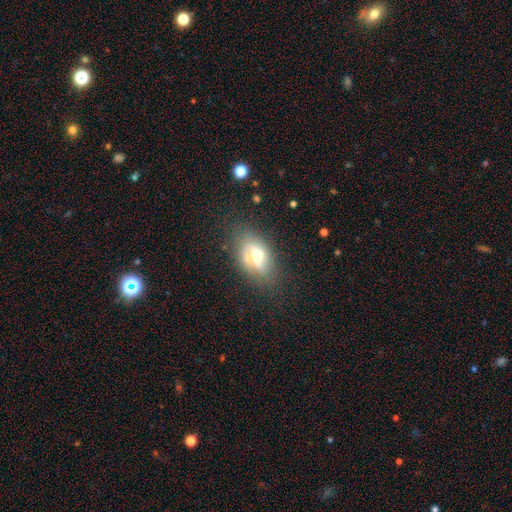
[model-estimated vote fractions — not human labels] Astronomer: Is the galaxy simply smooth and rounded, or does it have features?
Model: smooth — 47% (runner-up: featured or disk, 42%).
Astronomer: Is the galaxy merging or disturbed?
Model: none — 62%.